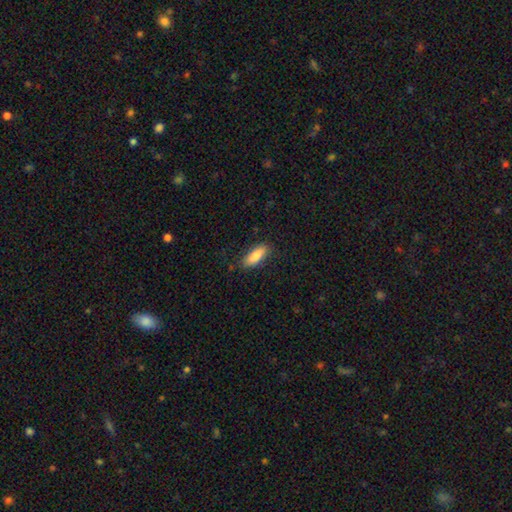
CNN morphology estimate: The model was most divided on "how rounded": in between: 70%, cigar-shaped: 28%, round: 2%. More confident: smooth or featured — smooth (83%); merging — none (82%).